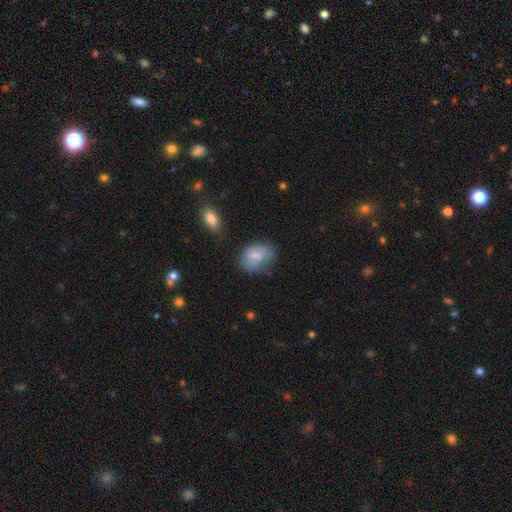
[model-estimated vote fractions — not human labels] Smooth or featured? smooth (76%)
How rounded? in between (79%)
Merging? none (53%)